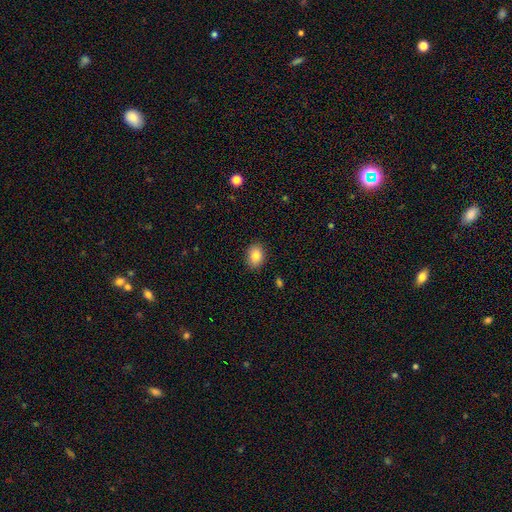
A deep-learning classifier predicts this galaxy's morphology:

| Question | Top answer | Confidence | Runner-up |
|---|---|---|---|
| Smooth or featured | smooth | 85% | star or artifact (8%) |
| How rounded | in between | 68% | round (31%) |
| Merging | none | 88% | minor disturbance (9%) |